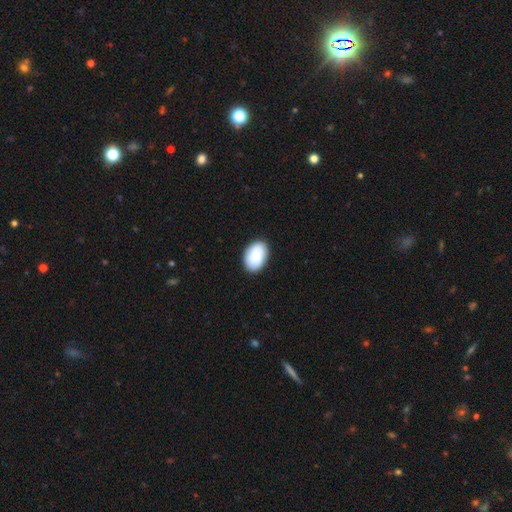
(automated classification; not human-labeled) Morphology: type=smooth (84%); roundness=in between (86%); merging=none (87%).